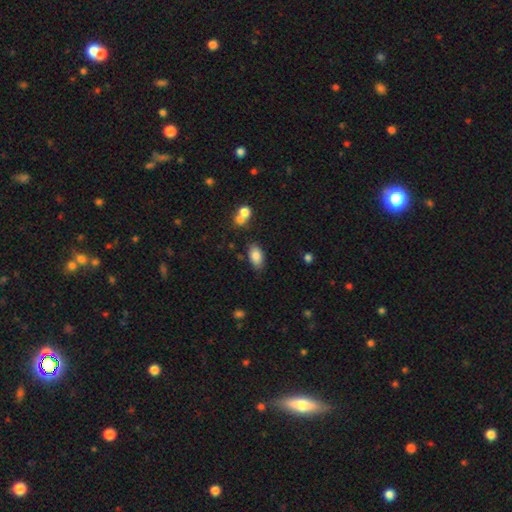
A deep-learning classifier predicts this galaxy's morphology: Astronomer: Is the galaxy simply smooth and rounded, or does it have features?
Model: smooth — 85%.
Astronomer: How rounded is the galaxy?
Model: in between — 92%.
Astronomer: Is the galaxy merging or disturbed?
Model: none — 77%.